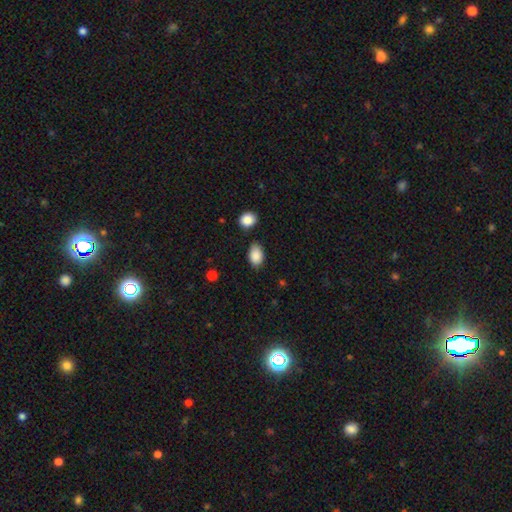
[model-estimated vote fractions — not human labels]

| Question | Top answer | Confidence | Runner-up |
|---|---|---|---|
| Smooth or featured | smooth | 89% | star or artifact (7%) |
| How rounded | in between | 87% | round (12%) |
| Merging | none | 74% | minor disturbance (18%) |